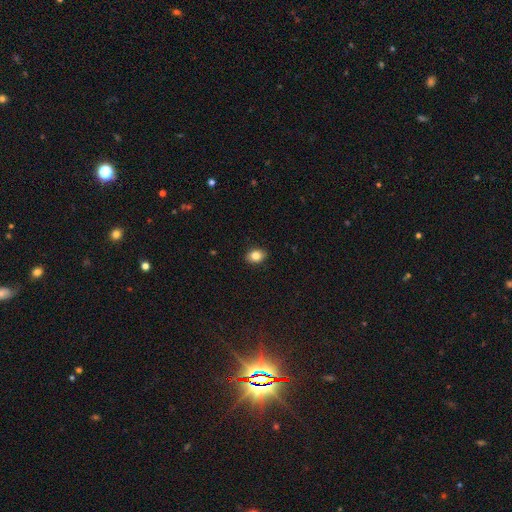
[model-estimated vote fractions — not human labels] A smooth galaxy with no disk features (83%) that is in between round and cigar-shaped (71%). Merging: none (89%).